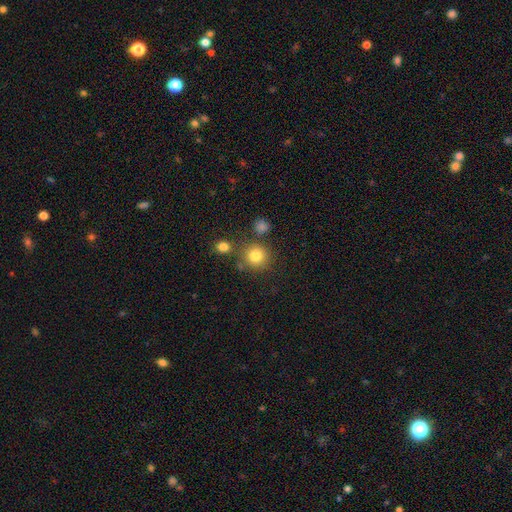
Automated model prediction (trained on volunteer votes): This appears to be a smooth galaxy with no disk features (81%) that is round (91%). Merging: none (76%).